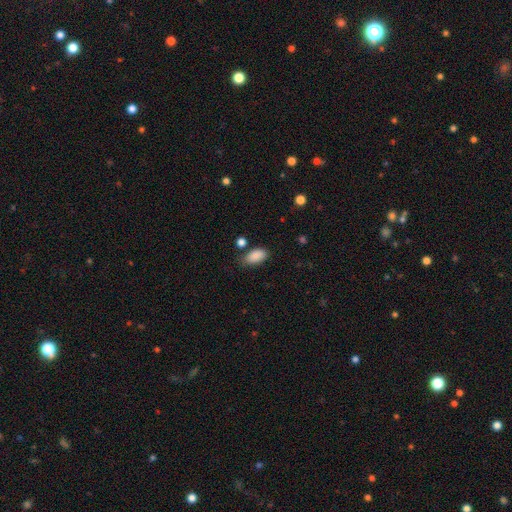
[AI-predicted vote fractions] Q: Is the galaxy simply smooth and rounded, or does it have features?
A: smooth — 88%.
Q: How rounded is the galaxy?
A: in between — 93%.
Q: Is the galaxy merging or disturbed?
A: none — 71%.